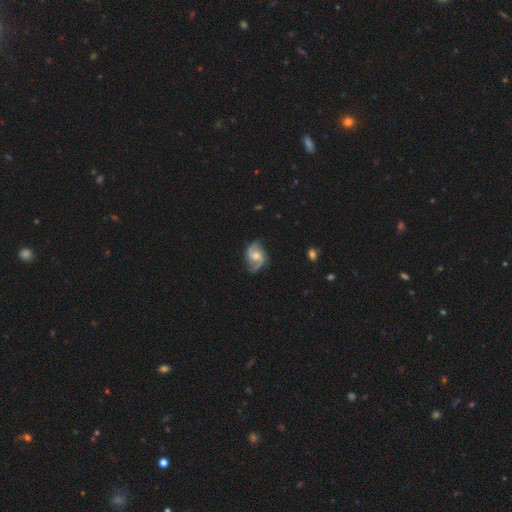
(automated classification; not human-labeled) Q: Smooth or featured?
A: featured or disk (87%); runner-up: smooth (7%)
Q: Edge-on disk?
A: no (98%); runner-up: yes (2%)
Q: Bar?
A: no (48%); runner-up: weak (43%)
Q: Spiral arms?
A: yes (97%); runner-up: no (3%)
Q: Spiral winding?
A: medium (49%); runner-up: loose (36%)
Q: Spiral arm count?
A: 2 (87%); runner-up: 3 (5%)
Q: Bulge size?
A: moderate (57%); runner-up: small (32%)
Q: Merging?
A: none (76%); runner-up: minor disturbance (17%)